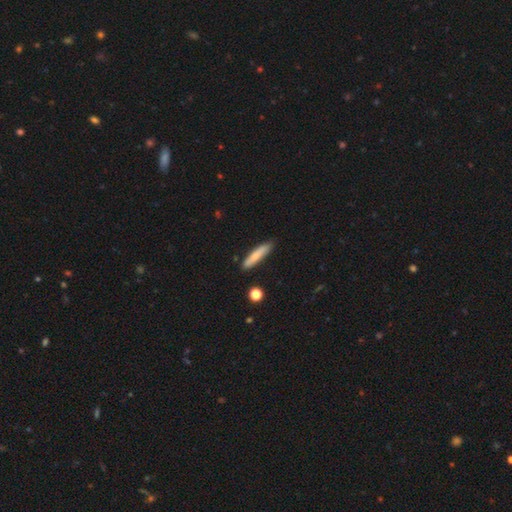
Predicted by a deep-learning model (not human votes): This is likely a smooth galaxy (77%). How rounded: clearly cigar-shaped (89%). Merging: clearly none (85%).